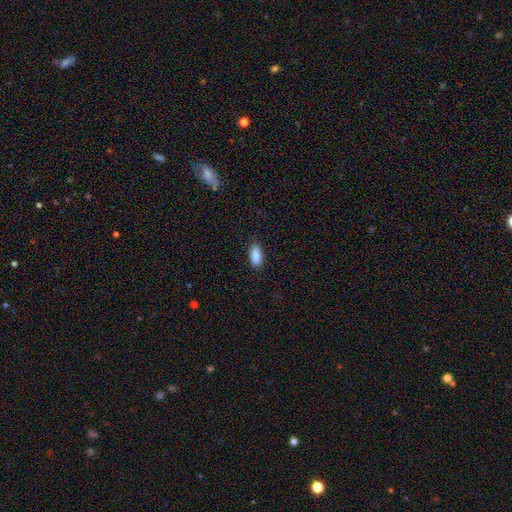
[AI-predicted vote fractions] The model was most divided on "merging": none: 86%, minor disturbance: 10%, major disturbance: 2%, merger: 1%. More confident: smooth or featured — smooth (89%); how rounded — in between (88%).